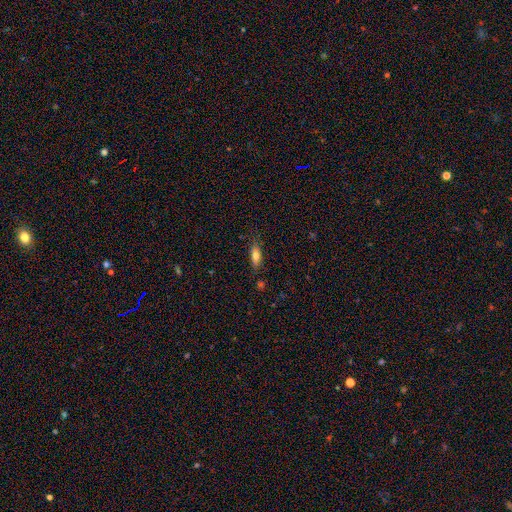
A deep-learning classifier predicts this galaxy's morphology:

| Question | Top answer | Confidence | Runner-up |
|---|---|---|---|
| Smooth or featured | smooth | 75% | featured or disk (17%) |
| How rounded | in between | 68% | cigar-shaped (28%) |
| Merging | none | 75% | minor disturbance (18%) |